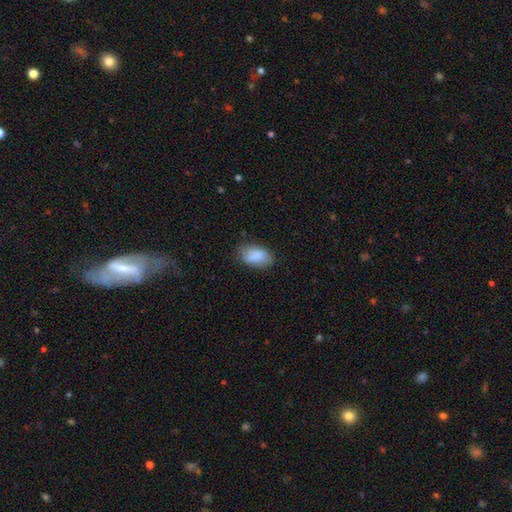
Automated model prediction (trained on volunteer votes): Q: Smooth or featured?
A: smooth (87%); runner-up: featured or disk (7%)
Q: How rounded?
A: in between (92%); runner-up: round (6%)
Q: Merging?
A: none (76%); runner-up: minor disturbance (19%)